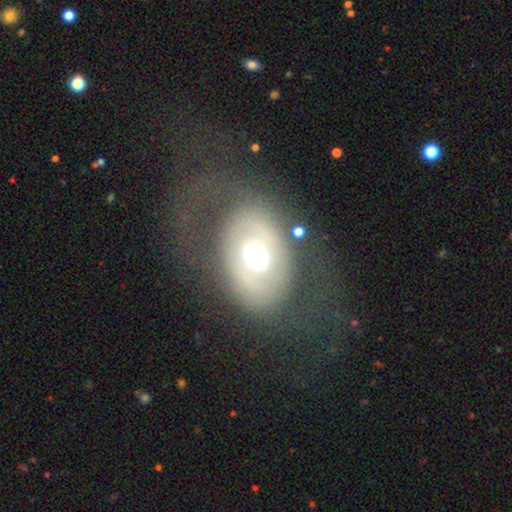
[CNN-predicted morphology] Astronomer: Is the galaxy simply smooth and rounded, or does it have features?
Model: featured or disk — 50% (runner-up: smooth, 39%).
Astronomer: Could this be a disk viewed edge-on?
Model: no — 92%.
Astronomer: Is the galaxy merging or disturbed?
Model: none — 61%.